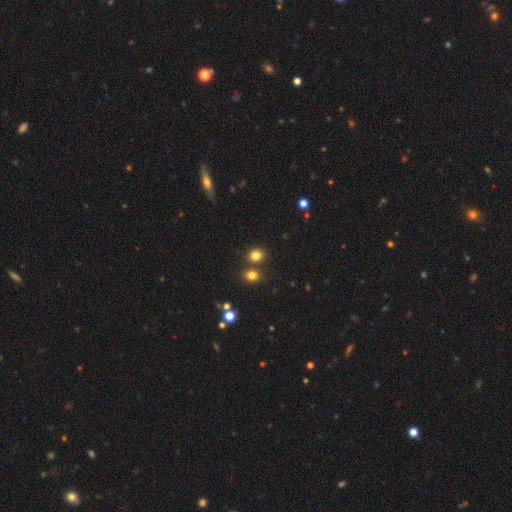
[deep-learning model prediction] smooth_or_featured: smooth (p=0.80) [alt: star or artifact p=0.14]
how_rounded: round (p=0.72) [alt: in between p=0.27]
merging: none (p=0.71) [alt: merger p=0.17]